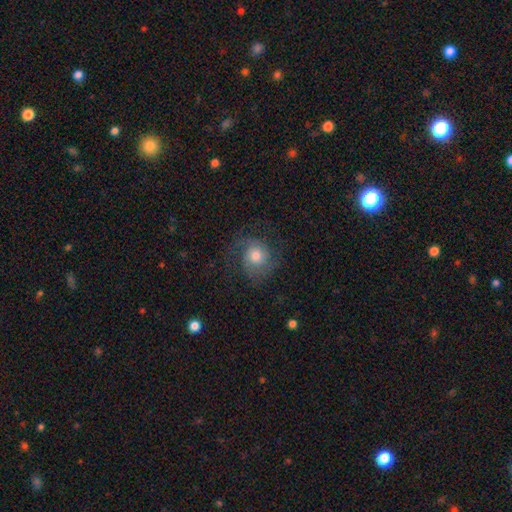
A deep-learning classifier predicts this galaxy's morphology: Overall: featured or disk (54%; smooth 36%). Edge-on disk: no (97%). Bar: no (76%). Spiral arms: yes (88%). Bulge size: moderate (63%). Merging: none (64%).